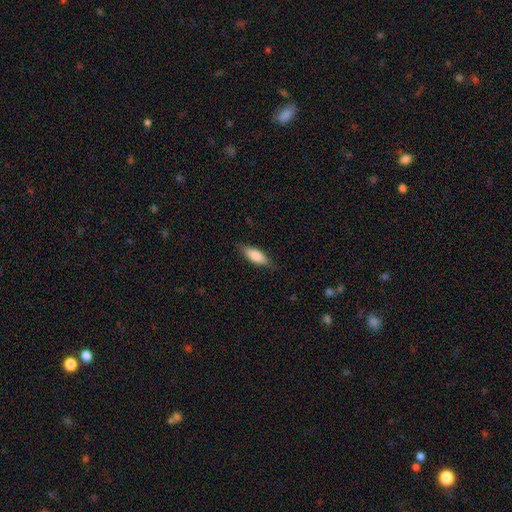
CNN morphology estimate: Smooth or featured? smooth (80%)
How rounded? in between (70%)
Merging? none (80%)